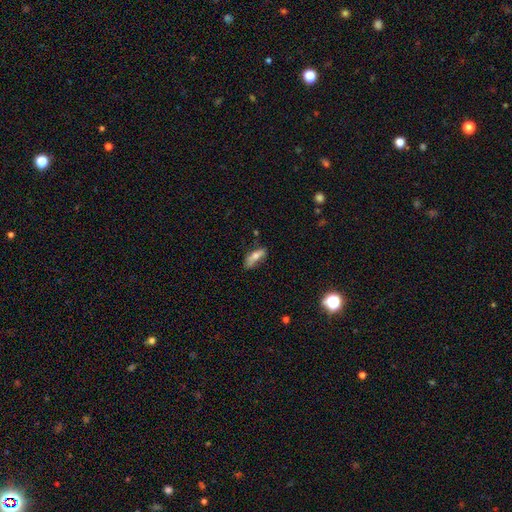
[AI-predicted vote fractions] smooth 62%, featured or disk 30%, star or artifact 8%. Down the decision tree: how rounded — in between (54%); merging — none (56%).